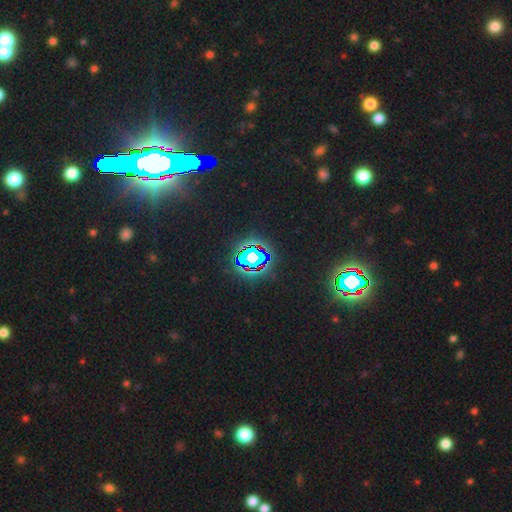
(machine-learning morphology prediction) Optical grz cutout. It shows a star or artifact, not a galaxy (79%).